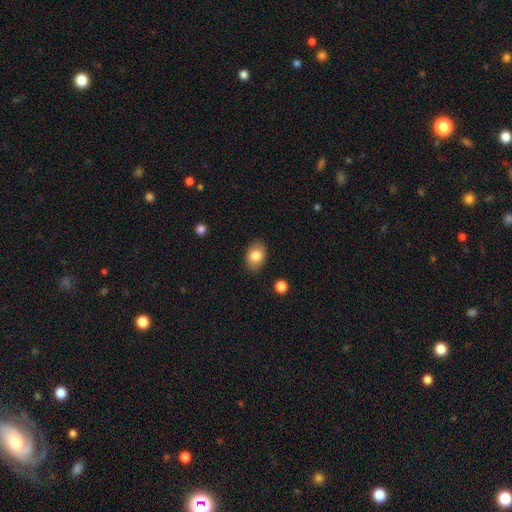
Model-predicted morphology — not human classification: This is clearly a smooth galaxy (82%). How rounded: likely in between (79%). Merging: clearly none (86%).